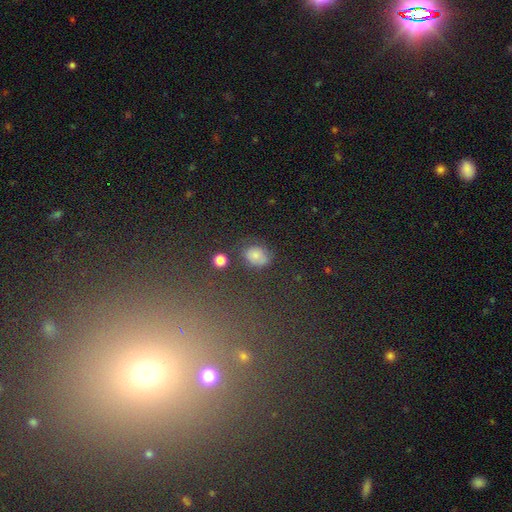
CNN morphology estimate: Smooth or featured? Predicted: smooth (p=0.75). How rounded? Predicted: in between (p=0.62). Merging? Predicted: none (p=0.64).